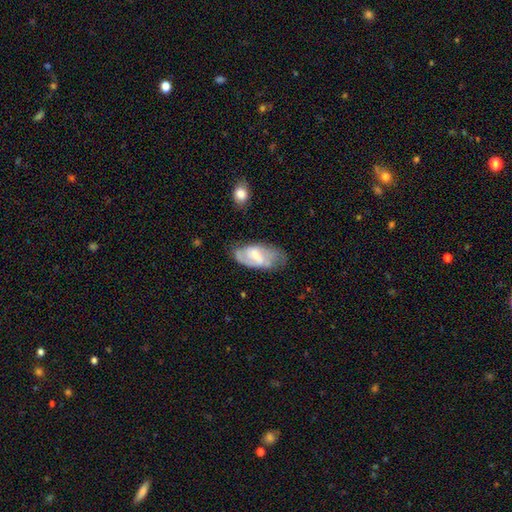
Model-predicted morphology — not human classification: Smooth or featured?
  - featured or disk: 62% *
  - smooth: 32%
  - star or artifact: 6%
Edge-on disk?
  - no: 94% *
  - yes: 6%
Bar?
  - weak: 50% *
  - strong: 30%
  - no: 21%
Spiral arms?
  - yes: 74% *
  - no: 26%
Bulge size?
  - small: 45% *
  - moderate: 42%
  - none: 7%
  - large: 5%
  - dominant: 1%
Merging?
  - none: 53% *
  - minor disturbance: 30%
  - major disturbance: 14%
  - merger: 3%